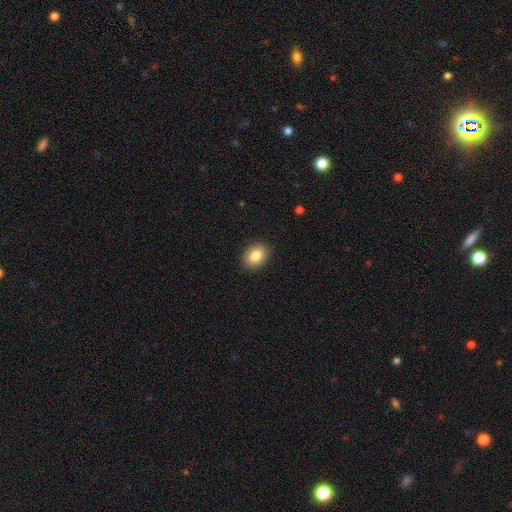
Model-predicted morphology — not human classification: A smooth galaxy with no disk features (83%) that is in between round and cigar-shaped (69%). Merging: none (89%).